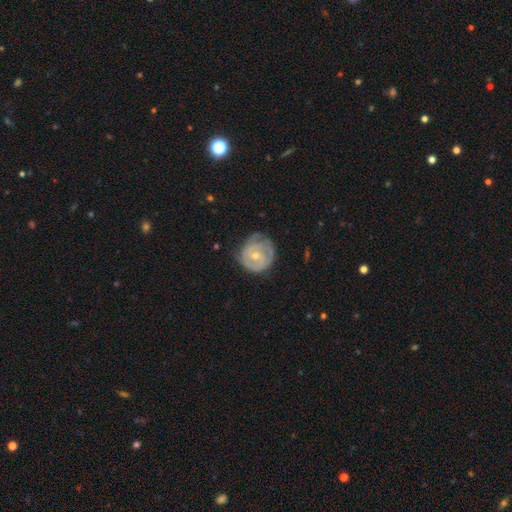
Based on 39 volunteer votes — Volunteers were most divided on "merging": none: 58%, minor disturbance: 32%, major disturbance: 11%, merger: 0%. More confident: edge-on disk — no (100%); spiral arms — yes (93%); spiral arm count — 2 (78%); smooth or featured — featured or disk (74%); bar — no (69%); bulge size — small (62%); spiral winding — tight (59%).